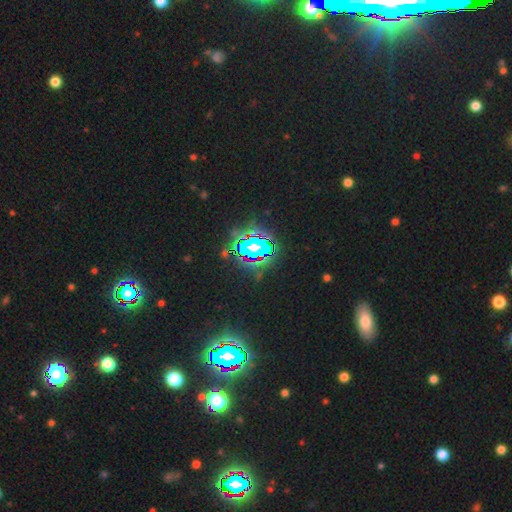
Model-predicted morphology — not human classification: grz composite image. It shows a star or artifact, not a galaxy (80%).